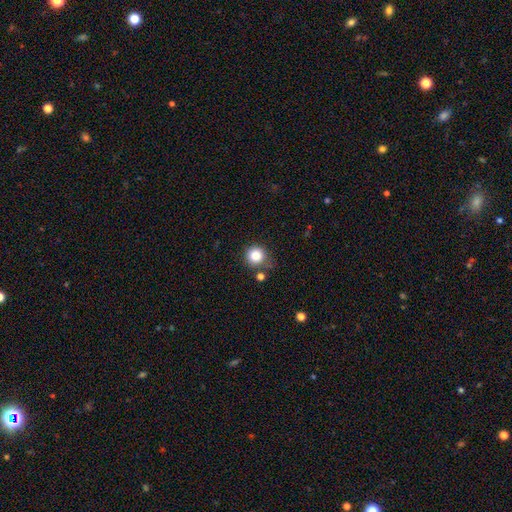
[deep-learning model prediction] Morphology: type=smooth (85%); roundness=round (91%); merging=none (68%).